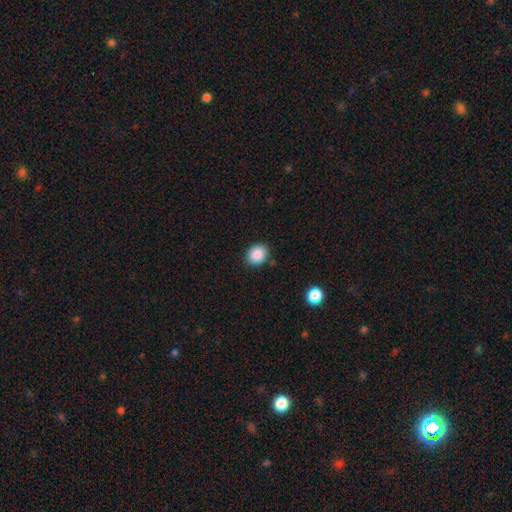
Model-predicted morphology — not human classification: smooth 88%, star or artifact 9%, featured or disk 4%. Down the decision tree: how rounded — round (58%); merging — none (86%).